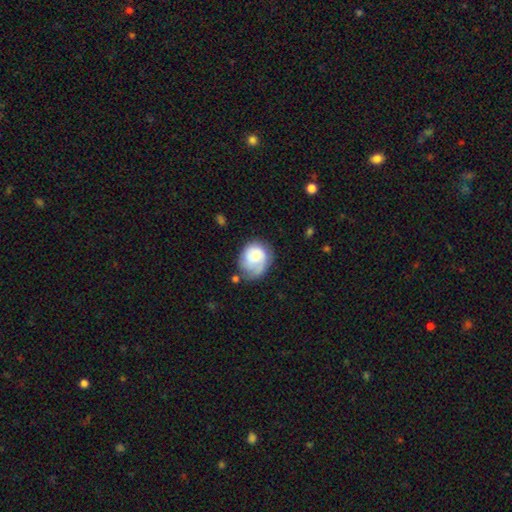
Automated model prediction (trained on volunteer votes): This appears to be a smooth galaxy with no disk features (52%) that is round (65%). Merging: none (49%).